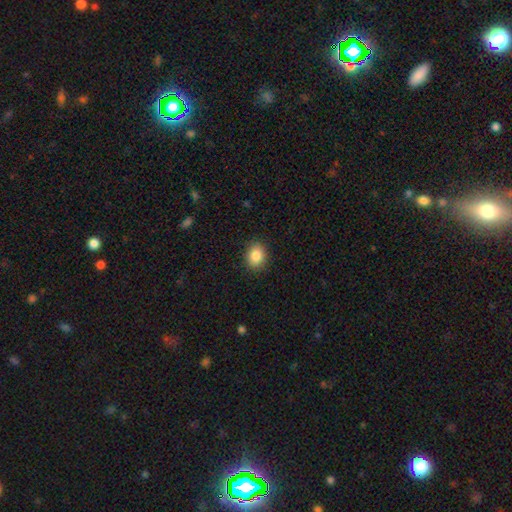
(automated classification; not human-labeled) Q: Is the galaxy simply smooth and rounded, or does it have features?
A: smooth — 85%.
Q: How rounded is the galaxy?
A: round — 53%.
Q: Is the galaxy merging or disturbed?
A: none — 89%.